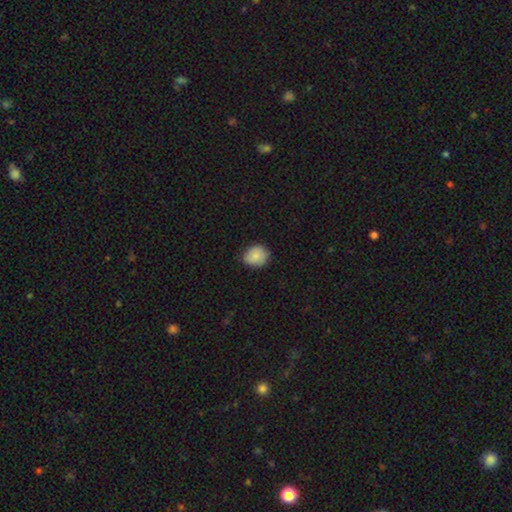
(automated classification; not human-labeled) Smooth or featured? smooth (84%)
How rounded? round (63%)
Merging? none (77%)